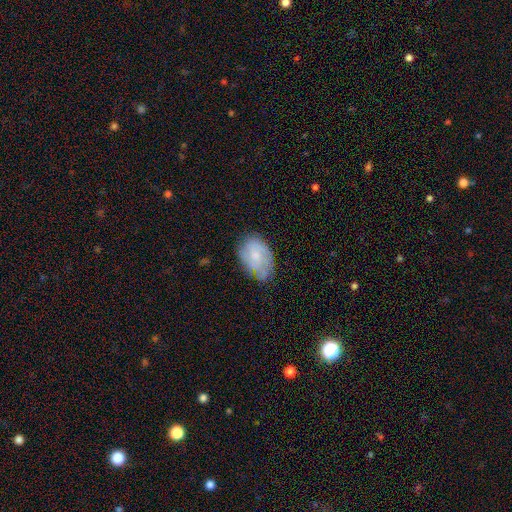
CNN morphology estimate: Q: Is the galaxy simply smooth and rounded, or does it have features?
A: smooth — 55%.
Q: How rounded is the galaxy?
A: in between — 84%.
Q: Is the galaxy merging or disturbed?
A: none — 63%.